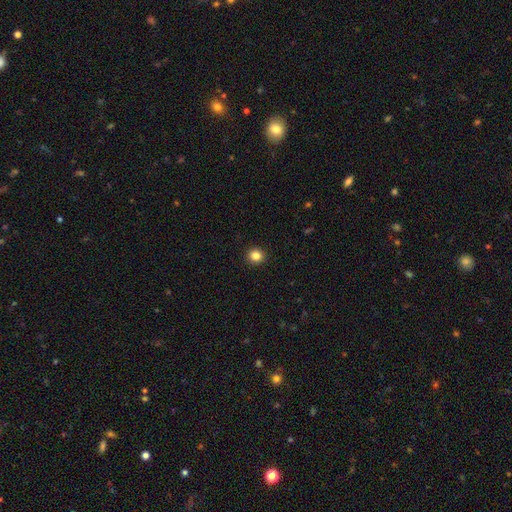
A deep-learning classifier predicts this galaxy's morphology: The model was most divided on "smooth or featured": smooth: 84%, star or artifact: 12%, featured or disk: 4%. More confident: merging — none (93%); how rounded — round (90%).